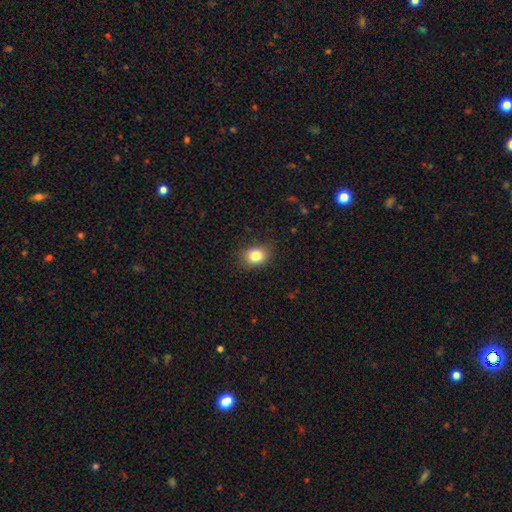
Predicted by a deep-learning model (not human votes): Q: Smooth or featured?
A: smooth (82%); runner-up: star or artifact (11%)
Q: How rounded?
A: in between (50%); runner-up: round (49%)
Q: Merging?
A: none (84%); runner-up: minor disturbance (12%)